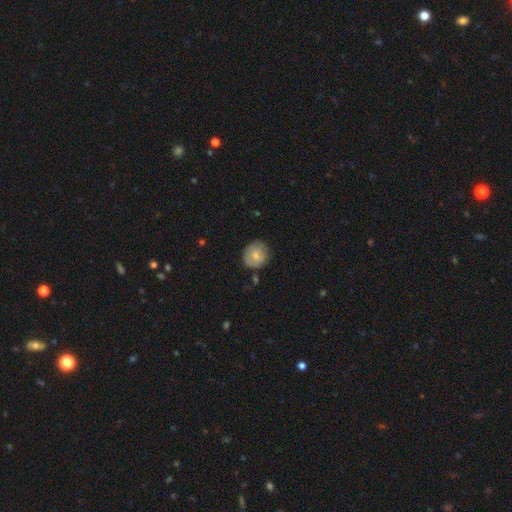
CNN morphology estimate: smooth-or-featured: smooth: 64% | featured or disk: 29% | star or artifact: 7%
  how-rounded: round: 86% | in between: 13% | cigar-shaped: 1%
  merging: none: 74% | minor disturbance: 20% | major disturbance: 4% | merger: 2%